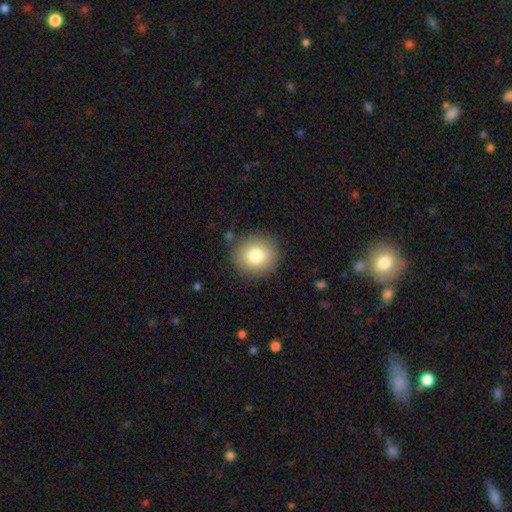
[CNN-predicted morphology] smooth_or_featured: smooth (p=0.81) [alt: featured or disk p=0.10]
how_rounded: round (p=0.85) [alt: in between p=0.14]
merging: none (p=0.88) [alt: minor disturbance p=0.08]